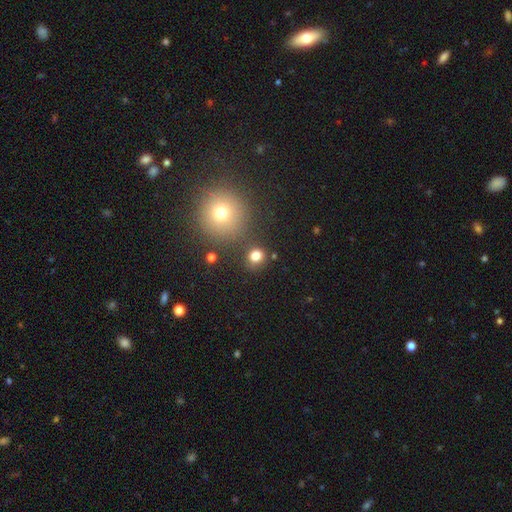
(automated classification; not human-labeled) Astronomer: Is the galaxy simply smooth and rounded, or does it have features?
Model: smooth — 80%.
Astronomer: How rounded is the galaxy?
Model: round — 80%.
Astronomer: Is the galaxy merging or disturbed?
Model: none — 80%.